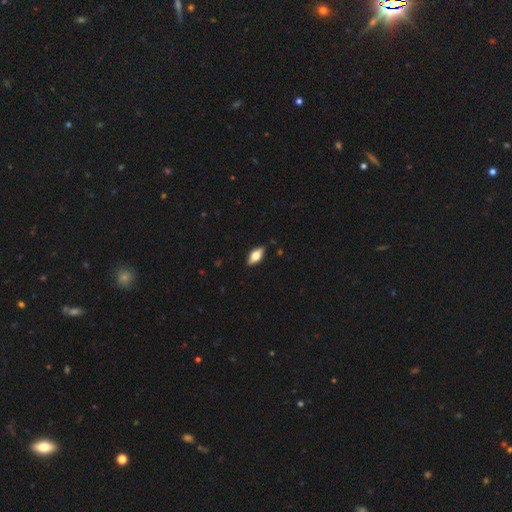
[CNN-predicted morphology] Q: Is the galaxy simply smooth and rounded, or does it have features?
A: smooth — 58%.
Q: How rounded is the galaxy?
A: in between — 83%.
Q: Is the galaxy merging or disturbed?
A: none — 88%.